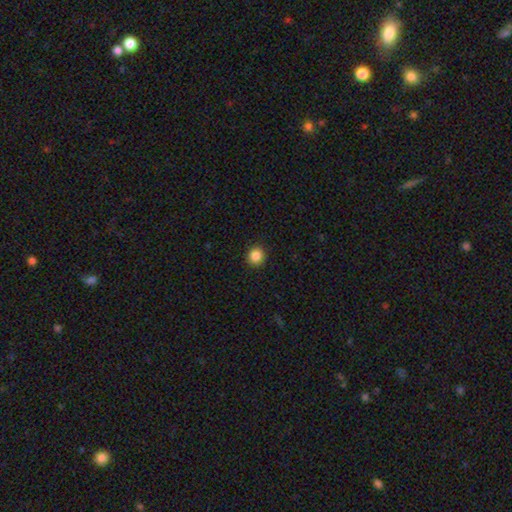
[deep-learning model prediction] Q: Smooth or featured?
A: smooth (86%); runner-up: star or artifact (11%)
Q: How rounded?
A: round (92%); runner-up: in between (7%)
Q: Merging?
A: none (92%); runner-up: minor disturbance (6%)